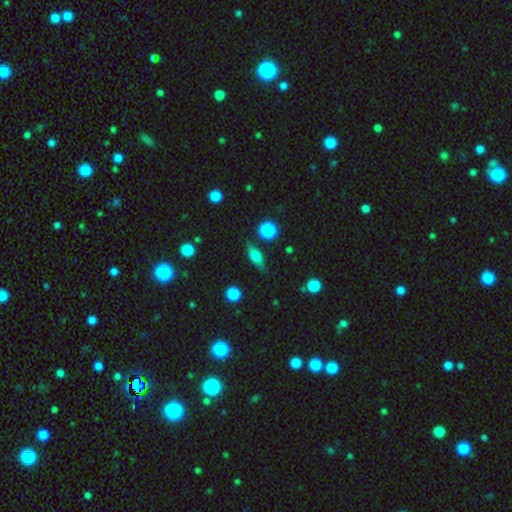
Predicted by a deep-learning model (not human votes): smooth-or-featured: smooth: 52% | featured or disk: 39% | star or artifact: 9%
  how-rounded: in between: 52% | cigar-shaped: 39% | round: 9%
  merging: none: 80% | minor disturbance: 13% | major disturbance: 4% | merger: 3%